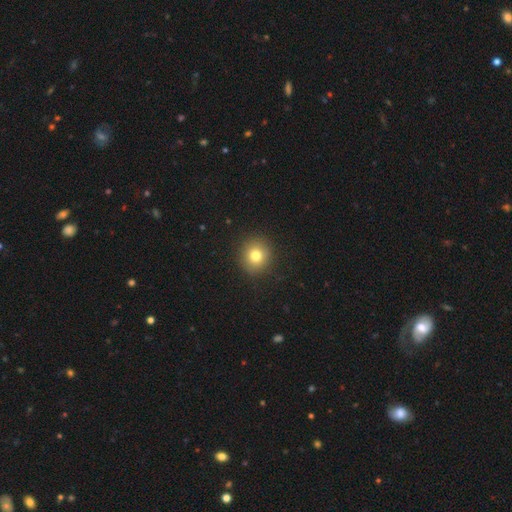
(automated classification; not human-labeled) This appears to be a smooth galaxy with no disk features (78%) that is round (89%). Merging: none (90%).